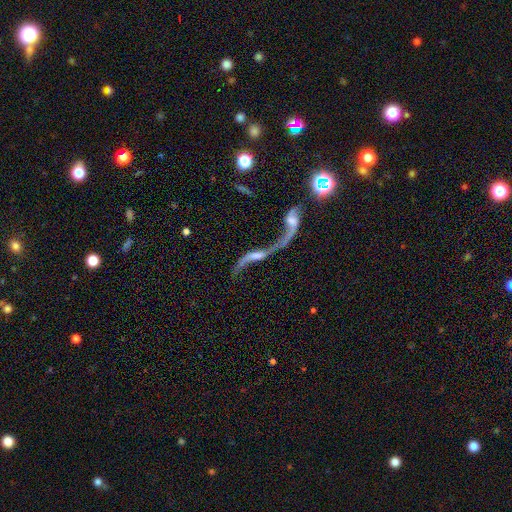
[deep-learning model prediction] A featured or disk galaxy (78%) with no bar (42%), 2 (83%) loose (95%) spiral arms (79%) and no central bulge (33%).

Vote fractions:
- Smooth or featured? featured or disk: 78% / smooth: 13% / star or artifact: 10%
- Edge-on disk? no: 85% / yes: 15%
- Bar? no: 42% / weak: 40% / strong: 19%
- Spiral arms? yes: 79% / no: 21%
- Spiral winding? loose: 95% / medium: 4% / tight: 2%
- Spiral arm count? 2: 83% / 1: 11% / can't tell: 3% / 3: 1% / 4: 1% / more than 4: 1%
- Bulge size? none: 33% / small: 31% / moderate: 28% / large: 7% / dominant: 2%
- Merging? merger: 64% / none: 16% / major disturbance: 13% / minor disturbance: 7%